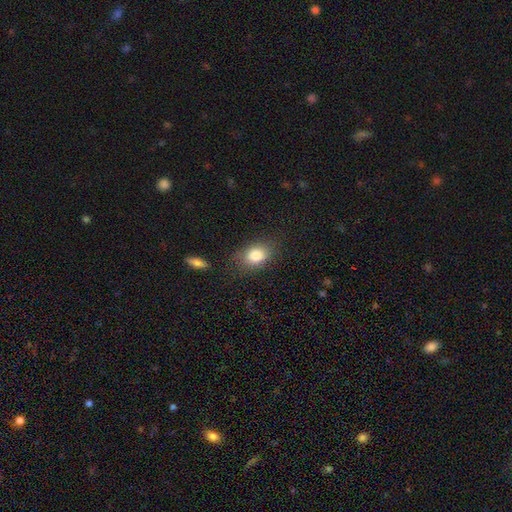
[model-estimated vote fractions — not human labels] The model was most divided on "how rounded": in between: 73%, round: 25%, cigar-shaped: 2%. More confident: smooth or featured — smooth (82%); merging — none (79%).